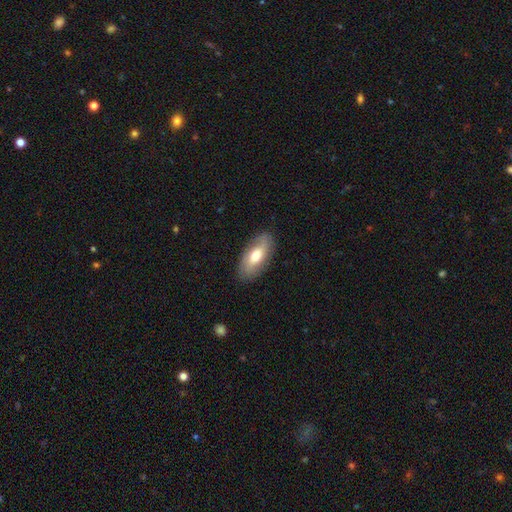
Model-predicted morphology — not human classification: Smooth or featured? Predicted: smooth (p=0.65). How rounded? Predicted: in between (p=0.87). Merging? Predicted: none (p=0.83).